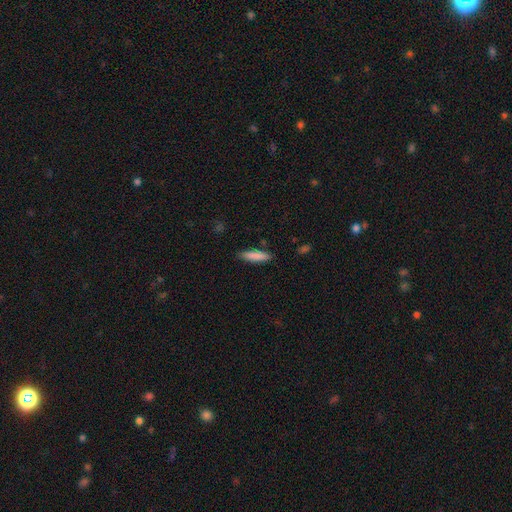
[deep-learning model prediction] smooth-or-featured: smooth: 85% | featured or disk: 9% | star or artifact: 6%
  how-rounded: cigar-shaped: 75% | in between: 23% | round: 1%
  merging: none: 87% | minor disturbance: 10% | major disturbance: 2% | merger: 2%